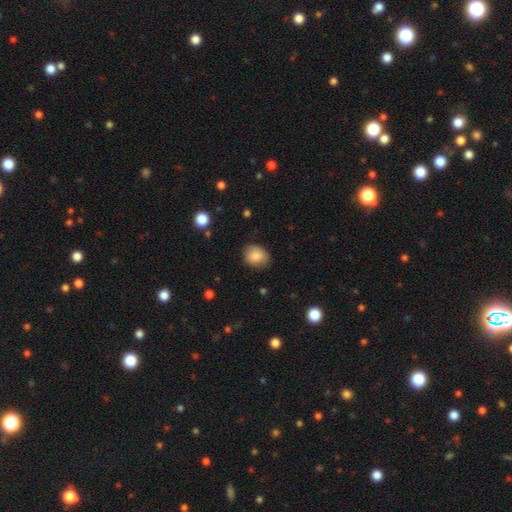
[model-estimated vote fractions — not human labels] Smooth or featured? smooth (85%)
How rounded? round (58%)
Merging? none (80%)